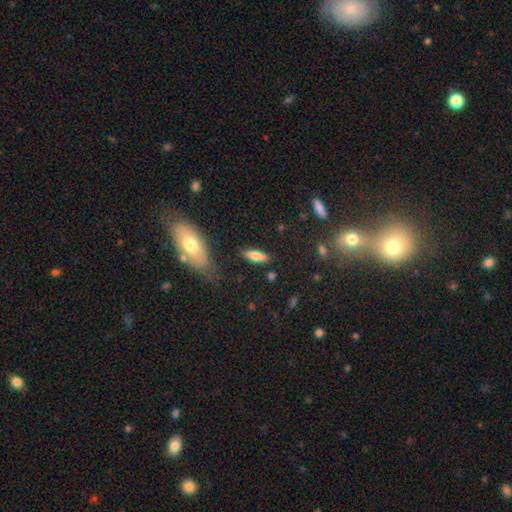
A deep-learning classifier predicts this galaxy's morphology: smooth 68%, featured or disk 25%, star or artifact 7%. Down the decision tree: how rounded — in between (57%); merging — none (82%).